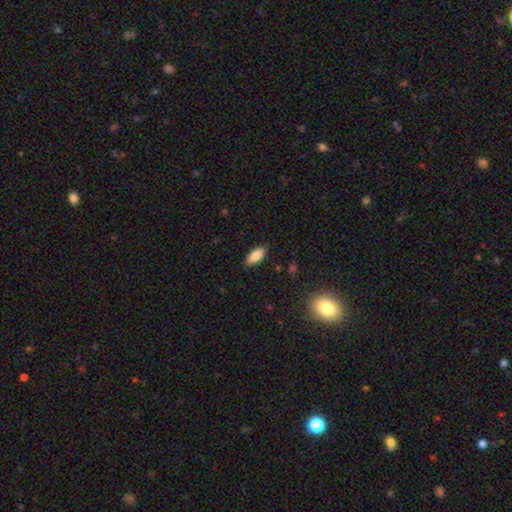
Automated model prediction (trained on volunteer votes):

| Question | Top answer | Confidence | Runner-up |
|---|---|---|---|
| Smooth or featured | smooth | 86% | star or artifact (7%) |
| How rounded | in between | 87% | cigar-shaped (11%) |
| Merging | none | 87% | minor disturbance (10%) |